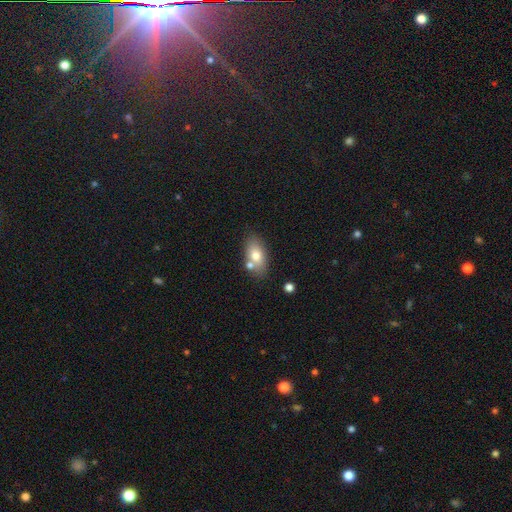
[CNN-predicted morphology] Smooth or featured?
  - smooth: 72% *
  - featured or disk: 20%
  - star or artifact: 8%
How rounded?
  - in between: 88% *
  - round: 9%
  - cigar-shaped: 4%
Merging?
  - none: 68% *
  - merger: 15%
  - minor disturbance: 14%
  - major disturbance: 4%